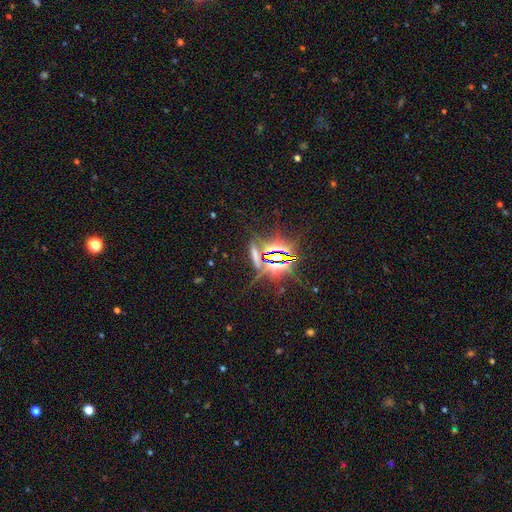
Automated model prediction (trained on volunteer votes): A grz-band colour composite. It shows a star or artifact, not a galaxy (65%).